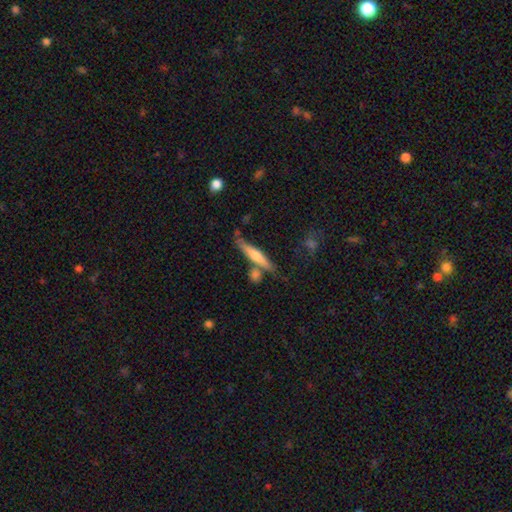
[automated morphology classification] This is possibly a smooth galaxy (47%). Merging: likely none (72%).